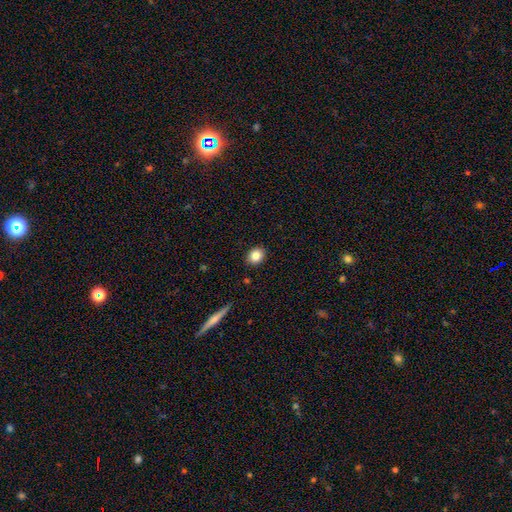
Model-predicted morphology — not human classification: This appears to be a smooth galaxy with no disk features (84%) that is round (53%). Merging: none (90%).